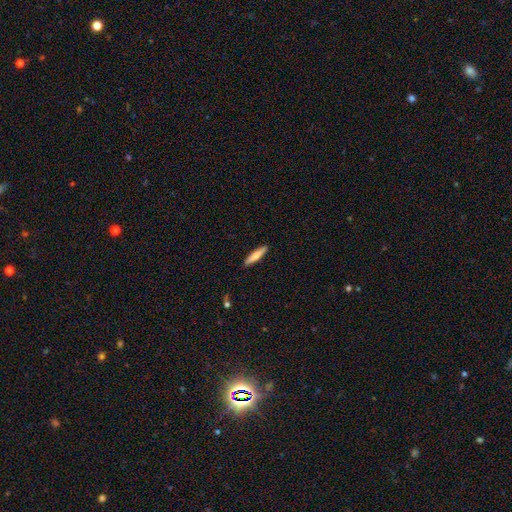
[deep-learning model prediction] This appears to be a smooth galaxy with no disk features (71%) that is cigar-shaped (85%). Merging: none (90%).